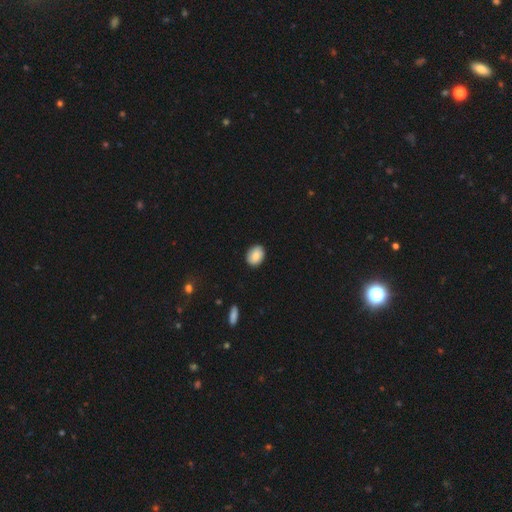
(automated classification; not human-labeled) This is clearly a smooth galaxy (85%). How rounded: likely in between (64%). Merging: clearly none (86%).